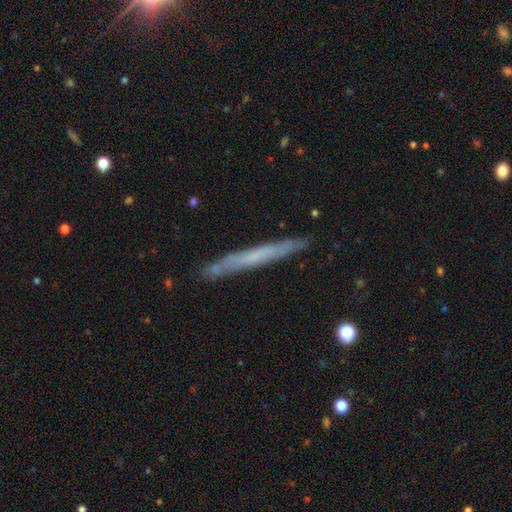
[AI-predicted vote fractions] Q: Smooth or featured?
A: featured or disk (49%); runner-up: smooth (44%)
Q: Merging?
A: none (87%); runner-up: minor disturbance (10%)